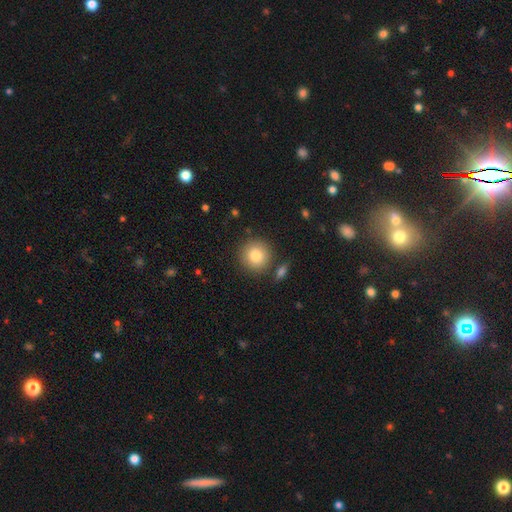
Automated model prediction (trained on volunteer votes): A smooth galaxy with no disk features (82%) that is round (94%).

Vote fractions:
- Smooth or featured? smooth: 82% / featured or disk: 9% / star or artifact: 9%
- How rounded? round: 94% / in between: 5% / cigar-shaped: 1%
- Merging? none: 84% / minor disturbance: 8% / merger: 6% / major disturbance: 3%